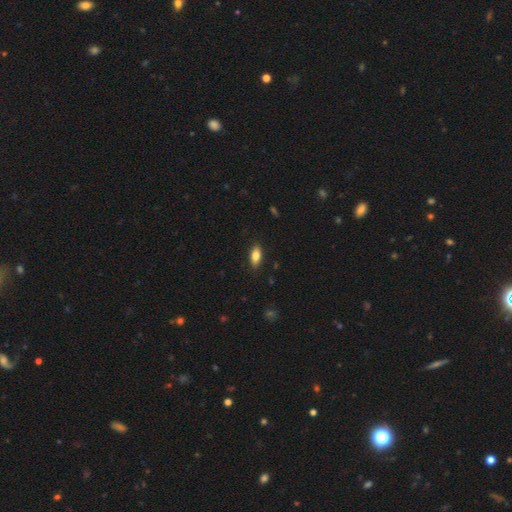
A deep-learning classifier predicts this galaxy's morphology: A smooth galaxy with no disk features (82%) that is in between round and cigar-shaped (87%). Merging: none (87%).